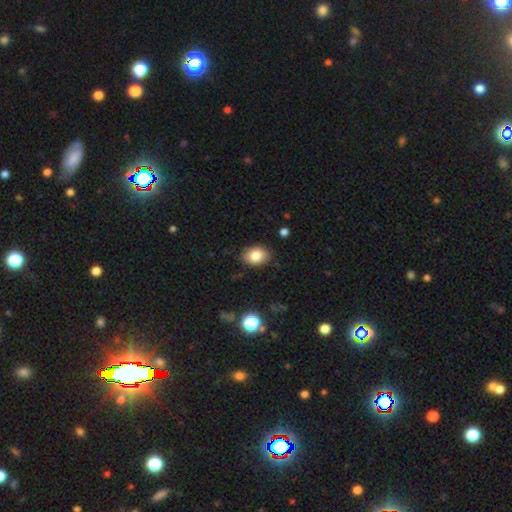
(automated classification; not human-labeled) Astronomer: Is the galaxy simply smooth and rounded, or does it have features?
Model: smooth — 82%.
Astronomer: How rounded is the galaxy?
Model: in between — 66%.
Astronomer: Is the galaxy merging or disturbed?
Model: none — 85%.